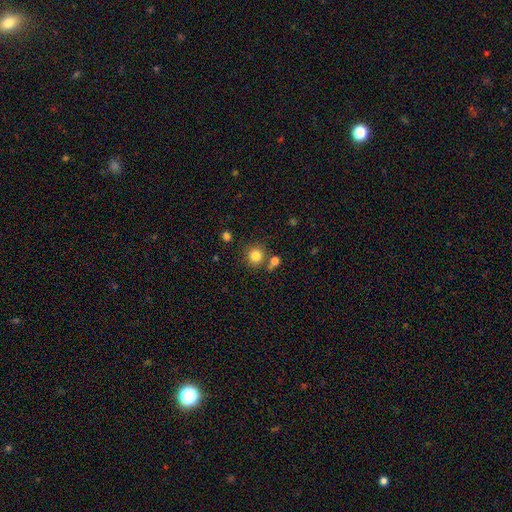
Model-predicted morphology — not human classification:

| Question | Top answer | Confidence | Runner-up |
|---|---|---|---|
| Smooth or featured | smooth | 83% | star or artifact (11%) |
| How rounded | round | 91% | in between (8%) |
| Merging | none | 74% | merger (13%) |